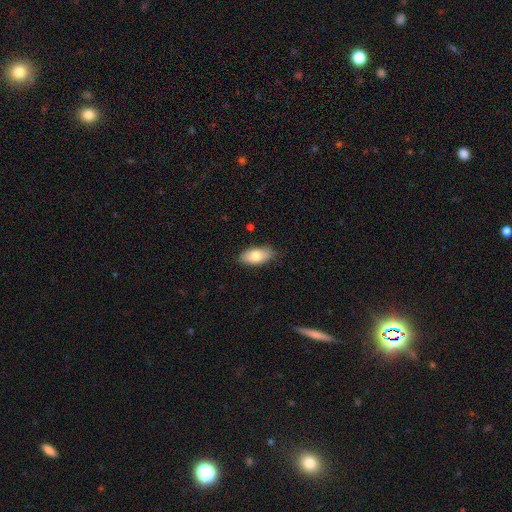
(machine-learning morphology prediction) A smooth galaxy with no disk features (77%) that is in between round and cigar-shaped (91%).

Vote fractions:
- Smooth or featured? smooth: 77% / featured or disk: 16% / star or artifact: 7%
- How rounded? in between: 91% / cigar-shaped: 6% / round: 3%
- Merging? none: 83% / minor disturbance: 14% / major disturbance: 2% / merger: 1%